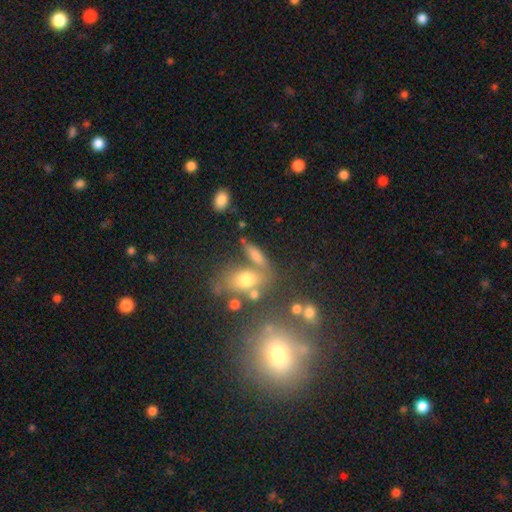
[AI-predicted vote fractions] Smooth or featured?
  - smooth: 66% *
  - featured or disk: 21%
  - star or artifact: 13%
How rounded?
  - in between: 46% *
  - cigar-shaped: 45%
  - round: 10%
Merging?
  - none: 53% *
  - merger: 26%
  - minor disturbance: 14%
  - major disturbance: 7%